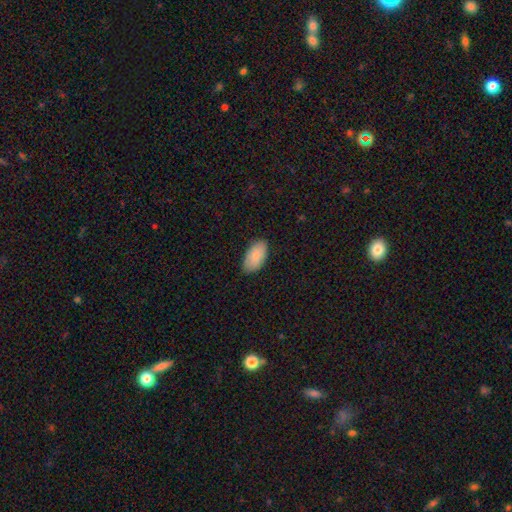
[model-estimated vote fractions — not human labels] smooth_or_featured: smooth (p=0.85) [alt: featured or disk p=0.09]
how_rounded: in between (p=0.95) [alt: round p=0.03]
merging: none (p=0.82) [alt: minor disturbance p=0.14]